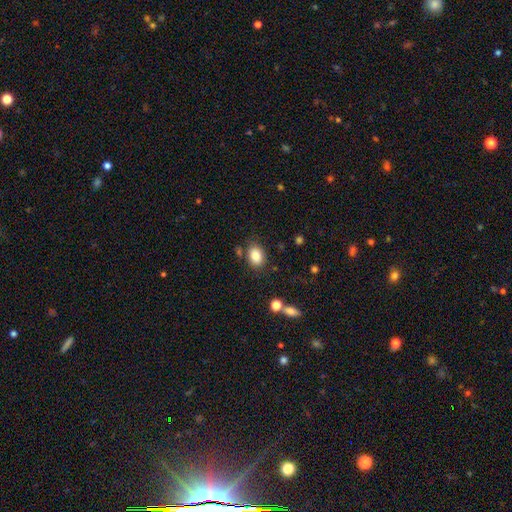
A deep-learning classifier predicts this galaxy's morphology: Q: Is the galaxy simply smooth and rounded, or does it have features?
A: smooth — 85%.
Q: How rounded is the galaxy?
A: in between — 76%.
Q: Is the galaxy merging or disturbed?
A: none — 78%.